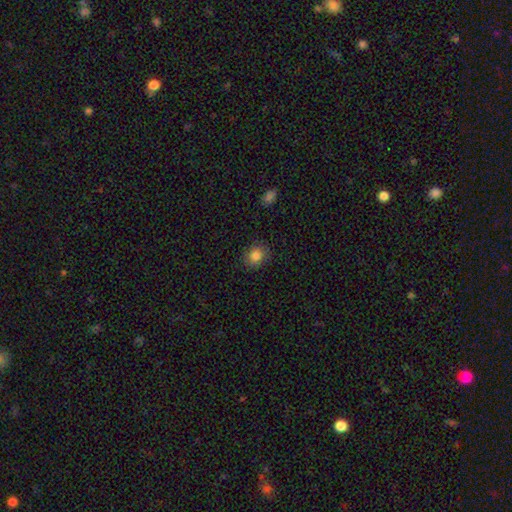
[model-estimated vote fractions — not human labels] The model was most divided on "how rounded": round: 68%, in between: 31%, cigar-shaped: 1%. More confident: merging — none (85%); smooth or featured — smooth (84%).